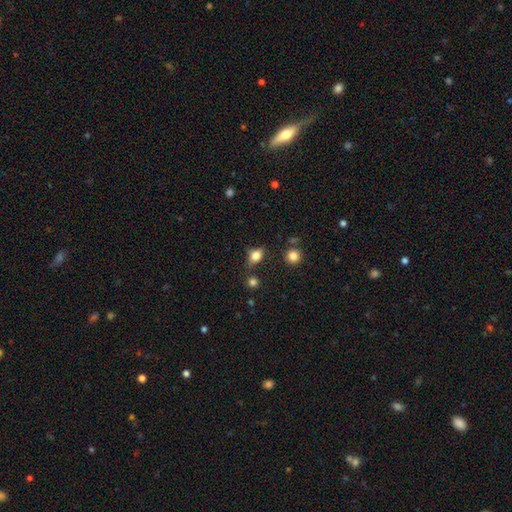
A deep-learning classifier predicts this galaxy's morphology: Q: Smooth or featured?
A: smooth (78%); runner-up: star or artifact (11%)
Q: How rounded?
A: in between (67%); runner-up: round (29%)
Q: Merging?
A: none (72%); runner-up: minor disturbance (19%)